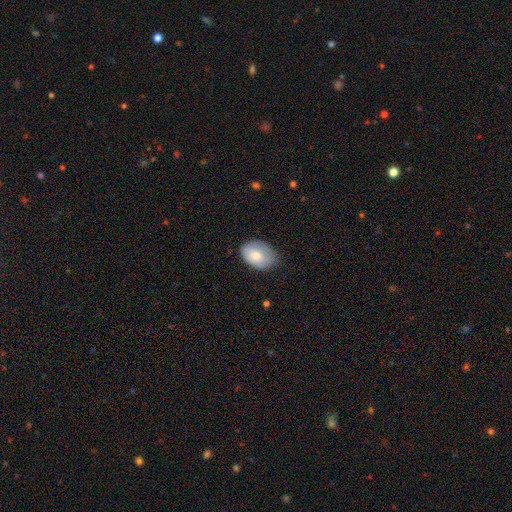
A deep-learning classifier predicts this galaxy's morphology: Smooth or featured? smooth (77%)
How rounded? in between (83%)
Merging? none (55%)